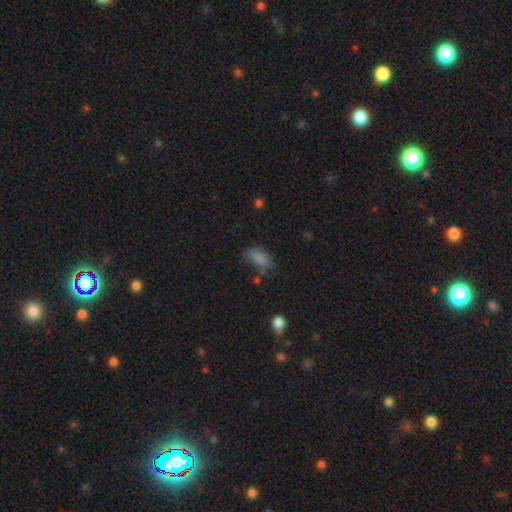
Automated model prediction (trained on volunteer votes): Morphology: type=smooth (81%); roundness=in between (86%); merging=none (59%).